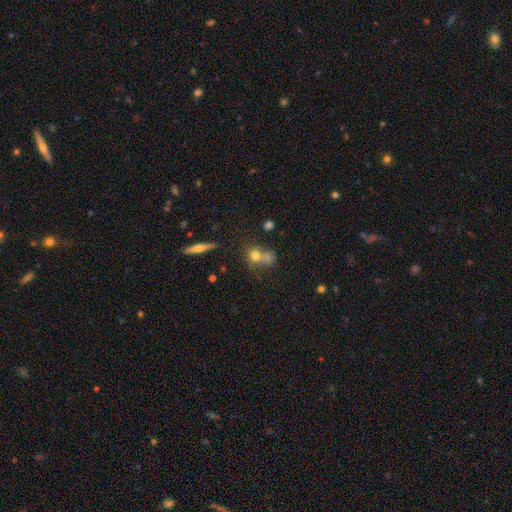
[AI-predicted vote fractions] smooth-or-featured: smooth: 69% | featured or disk: 18% | star or artifact: 13%
  how-rounded: round: 69% | in between: 27% | cigar-shaped: 3%
  merging: merger: 43% | none: 39% | minor disturbance: 11% | major disturbance: 7%